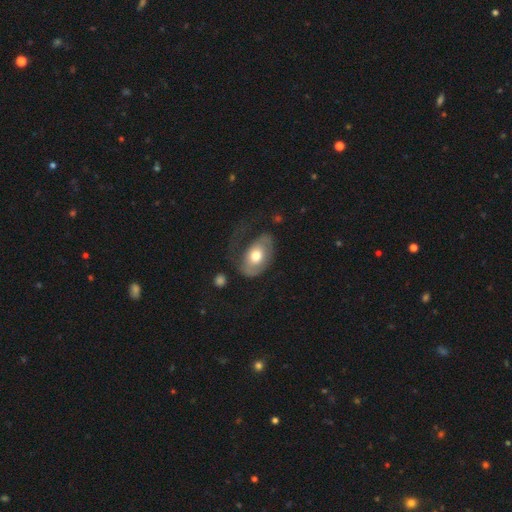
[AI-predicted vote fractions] The model was most divided on "merging": major disturbance: 39%, none: 35%, minor disturbance: 24%, merger: 3%. More confident: how rounded — in between (88%); smooth or featured — smooth (52%).